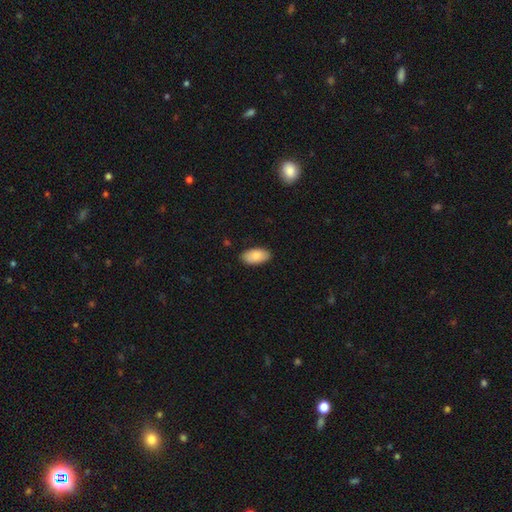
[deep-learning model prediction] Smooth or featured: smooth — 88% (featured or disk — 6%)
How rounded: in between — 95% (round — 3%)
Merging: none — 87% (minor disturbance — 10%)